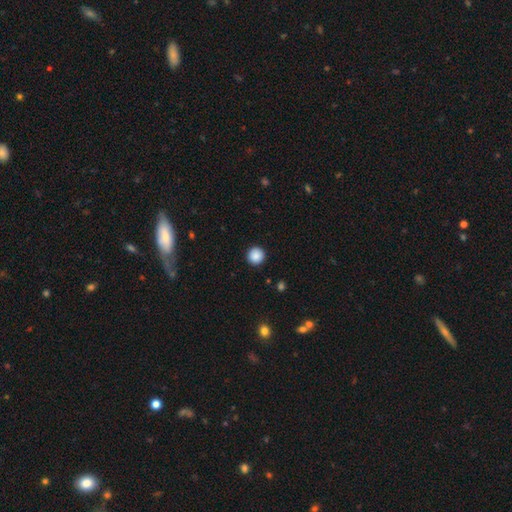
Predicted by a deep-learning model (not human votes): Q: Smooth or featured?
A: smooth (88%); runner-up: star or artifact (9%)
Q: How rounded?
A: round (96%); runner-up: in between (3%)
Q: Merging?
A: none (93%); runner-up: minor disturbance (4%)